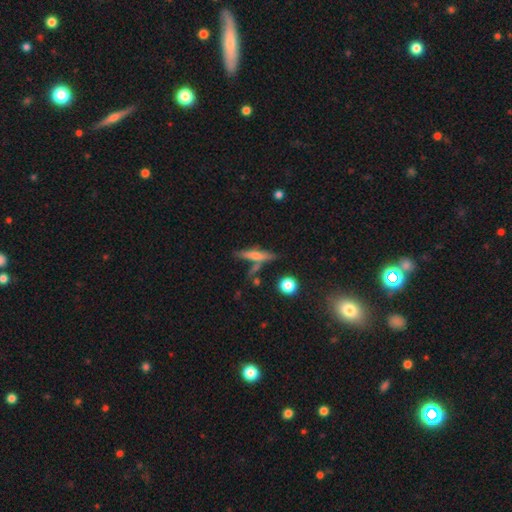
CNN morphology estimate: This appears to be a smooth galaxy with no disk features (54%) that is cigar-shaped (84%). Merging: none (68%).